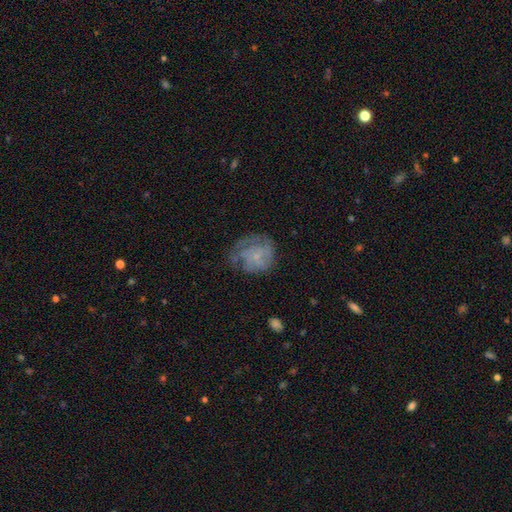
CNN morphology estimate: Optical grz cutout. It shows a featured or disk galaxy (58%) with no bar (78%), spiral arms (71%) and a small central bulge (65%). Merging: none (51%).